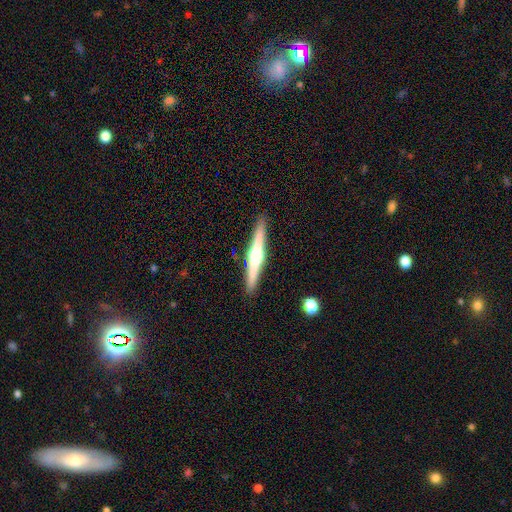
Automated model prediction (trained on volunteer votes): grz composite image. It shows a featured or disk galaxy (73%) viewed edge-on (98%) with a rounded central bulge (92%). Merging: none (91%).